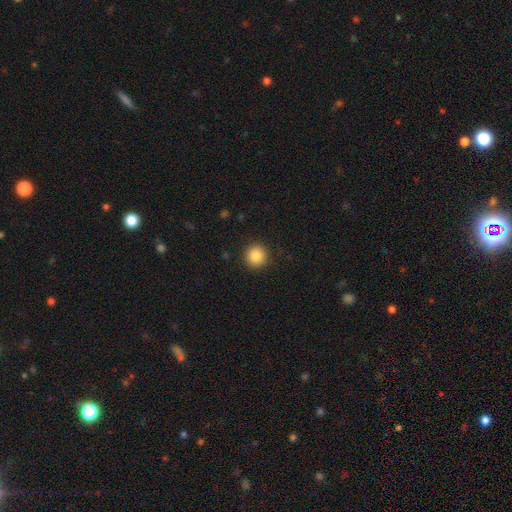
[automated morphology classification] A smooth galaxy with no disk features (87%) that is round (94%).

Vote fractions:
- Smooth or featured? smooth: 87% / star or artifact: 10% / featured or disk: 4%
- How rounded? round: 94% / in between: 5% / cigar-shaped: 1%
- Merging? none: 91% / minor disturbance: 6% / major disturbance: 2% / merger: 1%